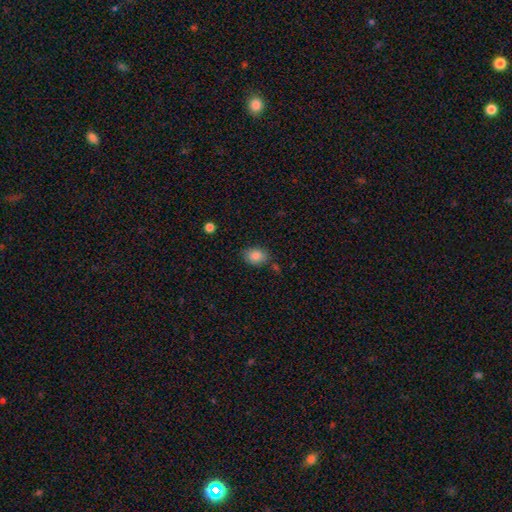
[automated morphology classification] A smooth galaxy with no disk features (86%) that is in between round and cigar-shaped (66%).

Vote fractions:
- Smooth or featured? smooth: 86% / star or artifact: 8% / featured or disk: 6%
- How rounded? in between: 66% / round: 32% / cigar-shaped: 1%
- Merging? none: 77% / minor disturbance: 15% / merger: 4% / major disturbance: 4%